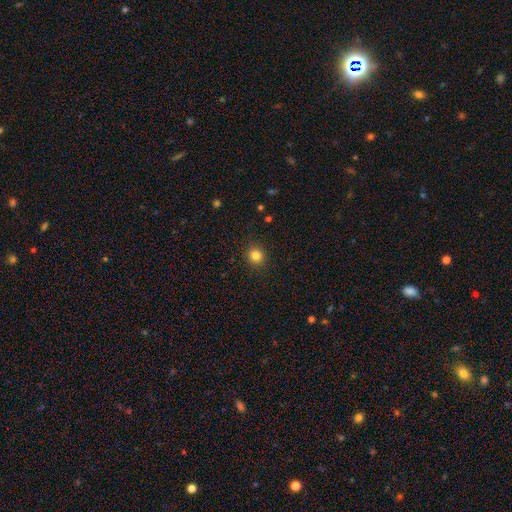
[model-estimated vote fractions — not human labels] A smooth galaxy with no disk features (83%) that is round (89%).

Vote fractions:
- Smooth or featured? smooth: 83% / star or artifact: 12% / featured or disk: 5%
- How rounded? round: 89% / in between: 10% / cigar-shaped: 1%
- Merging? none: 90% / minor disturbance: 6% / major disturbance: 2% / merger: 1%